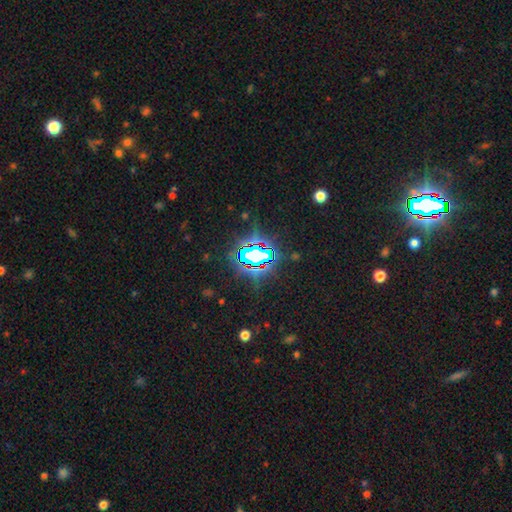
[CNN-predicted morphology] Overall: star or artifact (75%).